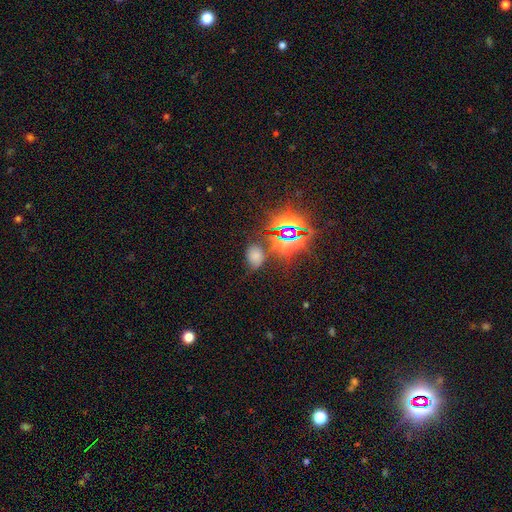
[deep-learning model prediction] smooth_or_featured: smooth (p=0.56) [alt: star or artifact p=0.36]
how_rounded: in between (p=0.79) [alt: round p=0.19]
merging: none (p=0.69) [alt: minor disturbance p=0.19]